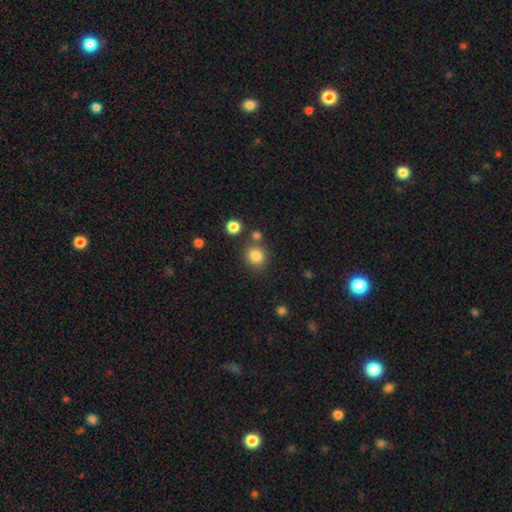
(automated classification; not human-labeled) Smooth or featured: smooth — 83% (star or artifact — 12%)
How rounded: round — 88% (in between — 11%)
Merging: none — 77% (merger — 11%)